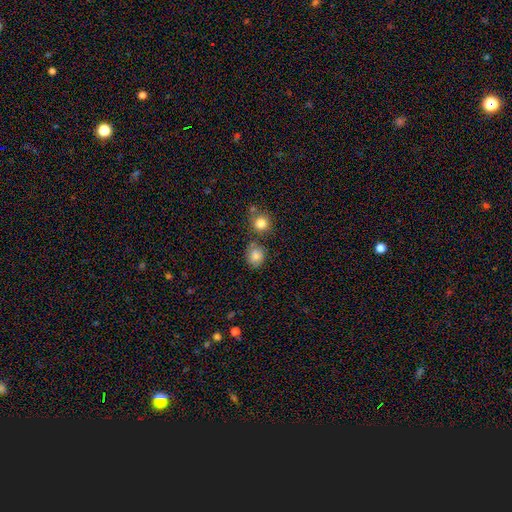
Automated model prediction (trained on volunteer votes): Smooth or featured? Predicted: smooth (p=0.79). How rounded? Predicted: round (p=0.72). Merging? Predicted: none (p=0.69).